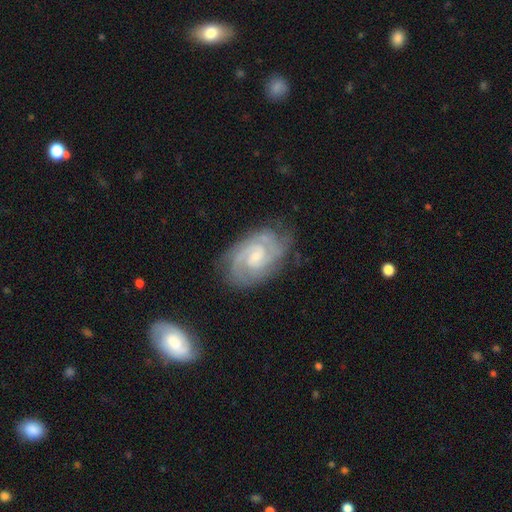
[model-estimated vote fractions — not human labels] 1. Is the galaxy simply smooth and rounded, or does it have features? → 87% featured or disk, 8% smooth, 5% star or artifact.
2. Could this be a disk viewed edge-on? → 97% no, 3% yes.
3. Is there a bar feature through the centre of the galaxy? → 47% no, 46% weak, 8% strong.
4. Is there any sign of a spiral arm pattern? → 97% yes, 3% no.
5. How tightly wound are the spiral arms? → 57% tight, 37% medium, 6% loose.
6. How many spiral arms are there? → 59% 2, 17% 3, 14% can't tell, 4% 4, 3% 1, 3% more than 4.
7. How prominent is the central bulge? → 58% small, 33% moderate, 5% none, 2% large, 1% dominant.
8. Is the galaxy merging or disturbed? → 74% none, 18% minor disturbance, 5% major disturbance, 2% merger.